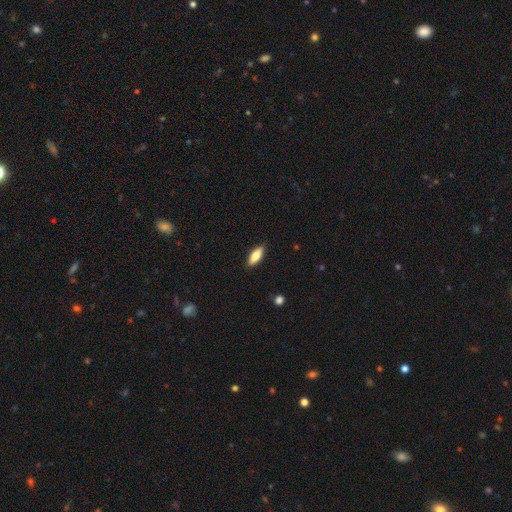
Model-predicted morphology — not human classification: This is clearly a smooth galaxy (81%). How rounded: likely in between (70%). Merging: clearly none (88%).